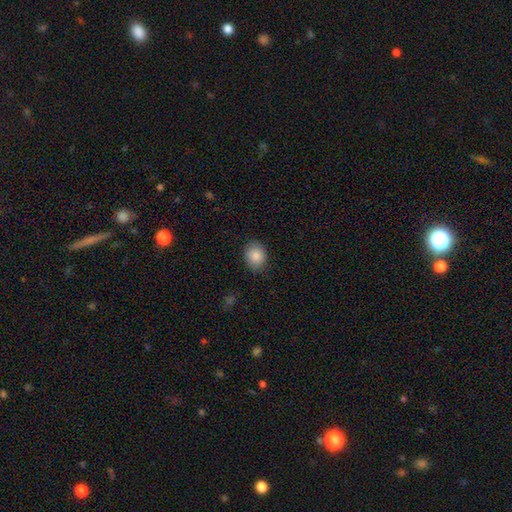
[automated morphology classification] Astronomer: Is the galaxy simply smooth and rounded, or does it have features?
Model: smooth — 86%.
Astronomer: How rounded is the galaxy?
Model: round — 53% (runner-up: in between, 46%).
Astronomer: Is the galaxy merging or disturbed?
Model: none — 84%.